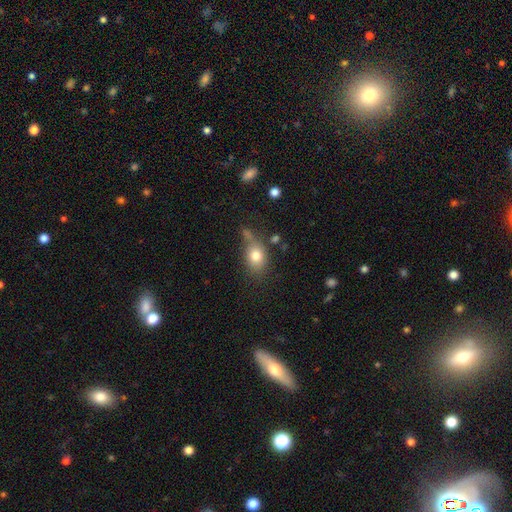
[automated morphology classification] Smooth or featured: smooth — 78% (featured or disk — 13%)
How rounded: in between — 68% (round — 30%)
Merging: none — 52% (minor disturbance — 24%)